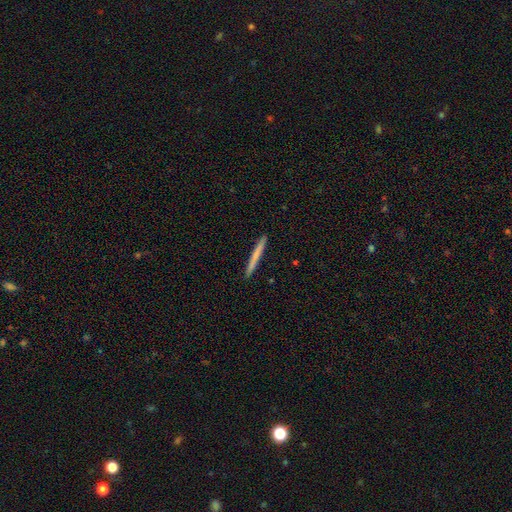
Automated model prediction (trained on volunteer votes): smooth 68%, featured or disk 26%, star or artifact 5%. Down the decision tree: how rounded — cigar-shaped (97%); merging — none (93%).